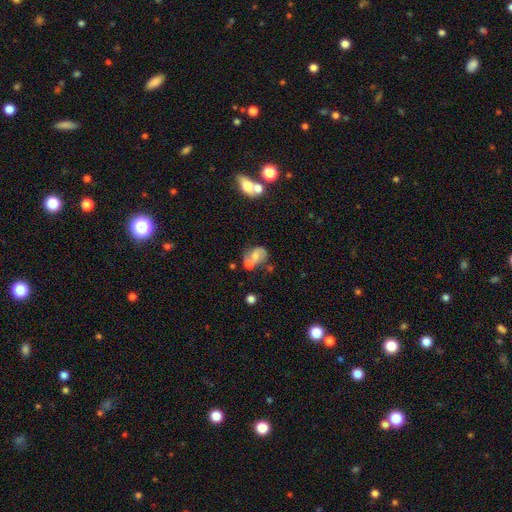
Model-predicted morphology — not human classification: This appears to be a featured or disk galaxy (59%) with no bar (59%), spiral arms (78%) and a moderate central bulge (39%). Merging: merger (37%).